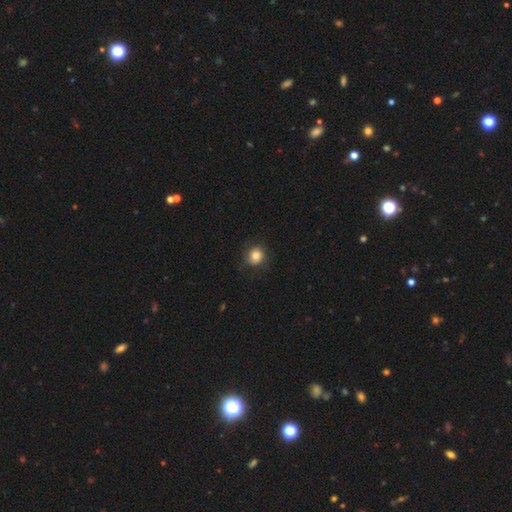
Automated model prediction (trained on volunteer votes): smooth_or_featured: smooth (p=0.81) [alt: star or artifact p=0.10]
how_rounded: round (p=0.78) [alt: in between p=0.21]
merging: none (p=0.74) [alt: minor disturbance p=0.19]